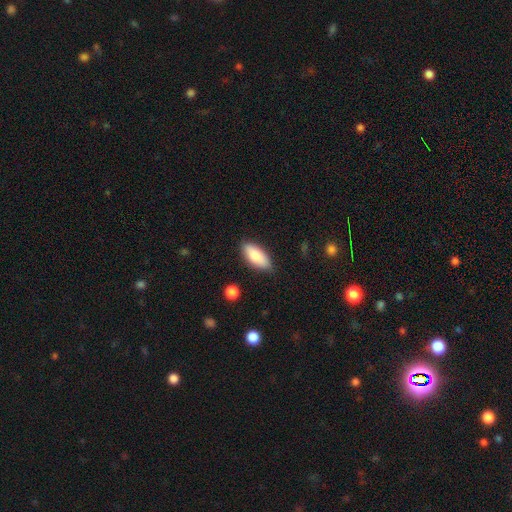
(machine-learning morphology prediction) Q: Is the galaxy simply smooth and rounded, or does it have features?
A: smooth — 82%.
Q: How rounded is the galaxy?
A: in between — 84%.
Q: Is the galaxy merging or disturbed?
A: none — 83%.